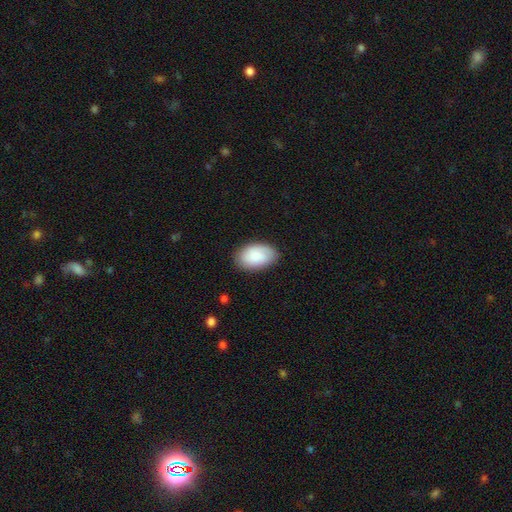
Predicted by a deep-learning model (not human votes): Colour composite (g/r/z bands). It shows a smooth galaxy with no disk features (85%) that is in between round and cigar-shaped (93%). Merging: none (85%).